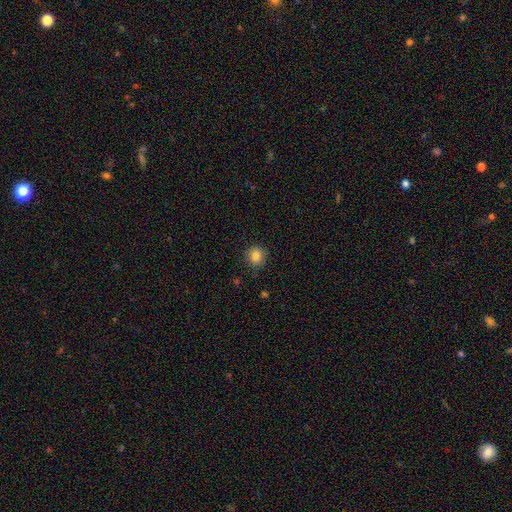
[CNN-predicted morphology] smooth 84%, star or artifact 10%, featured or disk 6%. Down the decision tree: how rounded — round (80%); merging — none (84%).